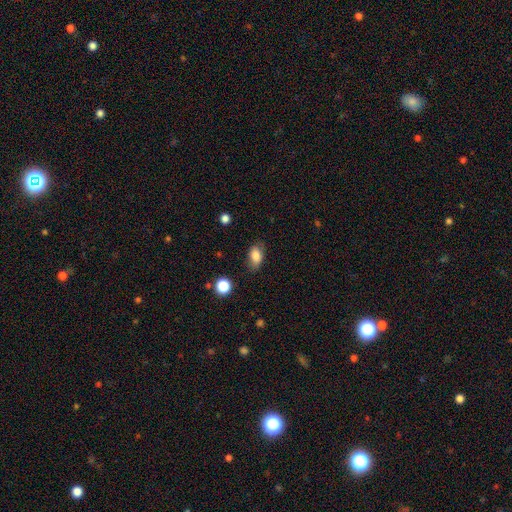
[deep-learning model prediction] A smooth galaxy with no disk features (83%) that is in between round and cigar-shaped (88%).

Vote fractions:
- Smooth or featured? smooth: 83% / star or artifact: 9% / featured or disk: 8%
- How rounded? in between: 88% / round: 9% / cigar-shaped: 3%
- Merging? none: 76% / minor disturbance: 18% / major disturbance: 5% / merger: 1%